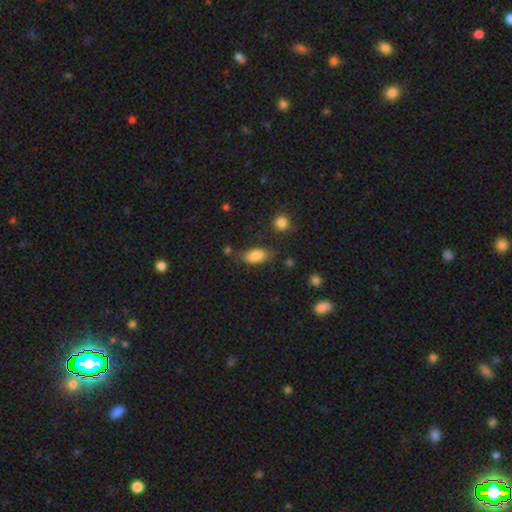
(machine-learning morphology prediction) A smooth galaxy with no disk features (84%) that is in between round and cigar-shaped (90%). Merging: none (68%).